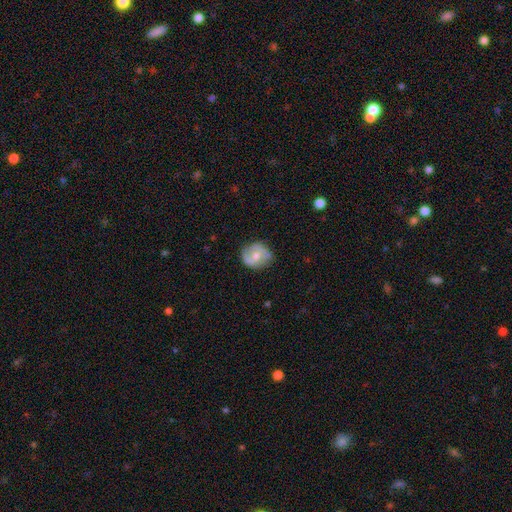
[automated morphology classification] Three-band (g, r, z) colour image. It shows a featured or disk galaxy (49%). Merging: none (70%).